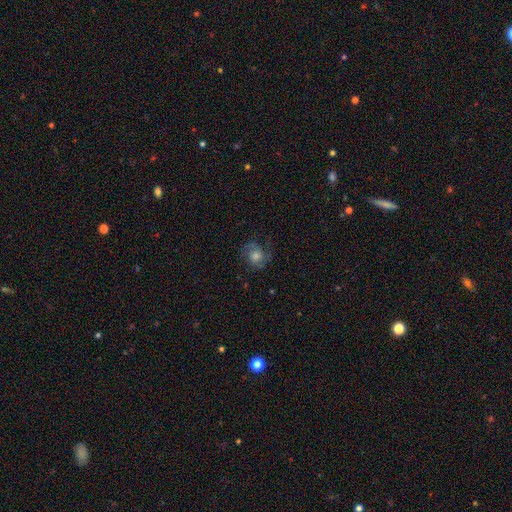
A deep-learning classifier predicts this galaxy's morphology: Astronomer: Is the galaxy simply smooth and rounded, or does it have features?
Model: featured or disk — 66%.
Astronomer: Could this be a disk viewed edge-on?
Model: no — 97%.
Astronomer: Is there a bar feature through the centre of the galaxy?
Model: no — 74%.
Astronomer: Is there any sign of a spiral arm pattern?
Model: yes — 93%.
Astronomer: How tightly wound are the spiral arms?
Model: medium — 48% (runner-up: tight, 33%).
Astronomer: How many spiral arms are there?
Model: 2 — 61%.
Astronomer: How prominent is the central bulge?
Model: moderate — 49% (runner-up: large, 27%).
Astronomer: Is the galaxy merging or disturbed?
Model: none — 72%.